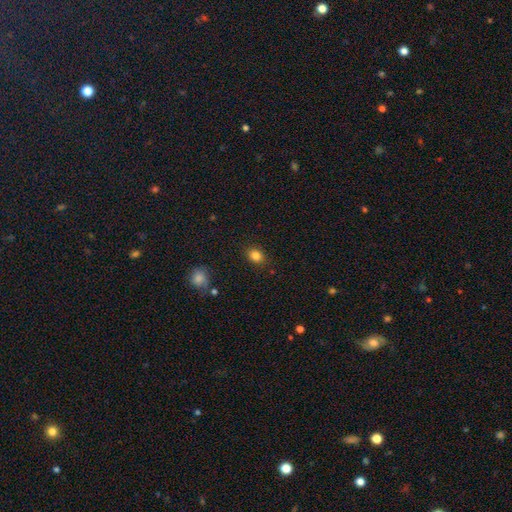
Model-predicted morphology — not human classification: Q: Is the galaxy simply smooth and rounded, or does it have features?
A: smooth — 84%.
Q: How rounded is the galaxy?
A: in between — 51%.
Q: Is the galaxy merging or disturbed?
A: none — 87%.